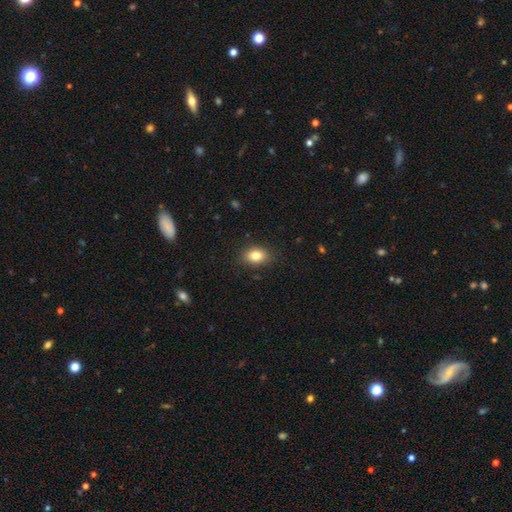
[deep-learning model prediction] This appears to be a smooth galaxy with no disk features (83%) that is in between round and cigar-shaped (76%). Merging: none (86%).